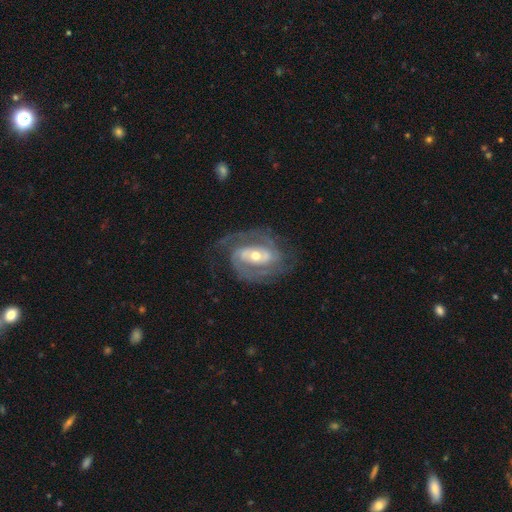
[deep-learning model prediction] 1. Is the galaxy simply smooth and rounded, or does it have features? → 89% featured or disk, 6% smooth, 5% star or artifact.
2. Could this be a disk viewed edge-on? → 97% no, 3% yes.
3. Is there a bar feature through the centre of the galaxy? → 36% weak, 32% strong, 31% no.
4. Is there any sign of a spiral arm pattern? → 96% yes, 4% no.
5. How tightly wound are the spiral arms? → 48% tight, 42% medium, 10% loose.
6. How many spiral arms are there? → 74% 2, 10% 3, 9% can't tell, 3% 1, 2% 4, 2% more than 4.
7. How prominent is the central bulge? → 60% moderate, 34% small, 4% large, 1% none, 1% dominant.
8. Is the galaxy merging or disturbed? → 71% none, 16% minor disturbance, 12% major disturbance, 2% merger.